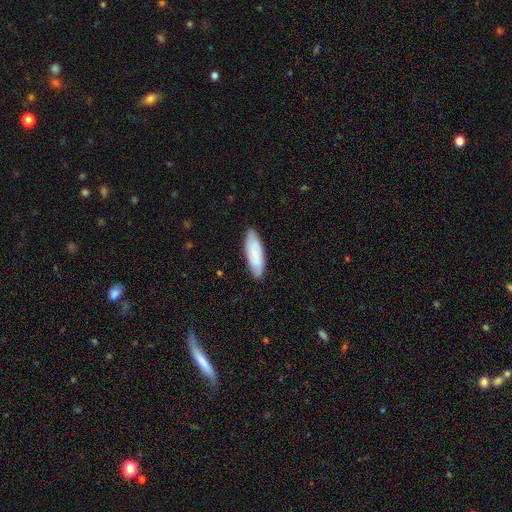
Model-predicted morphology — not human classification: The model was most divided on "how rounded": in between: 55%, cigar-shaped: 43%, round: 2%. More confident: merging — none (85%); smooth or featured — smooth (71%).